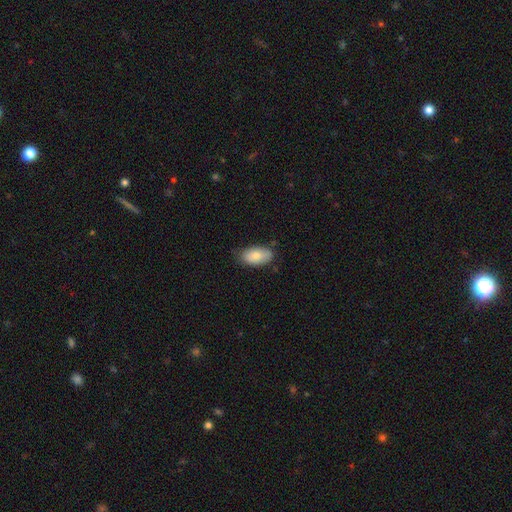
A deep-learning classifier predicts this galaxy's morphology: This appears to be a smooth galaxy with no disk features (78%) that is in between round and cigar-shaped (94%). Merging: none (77%).